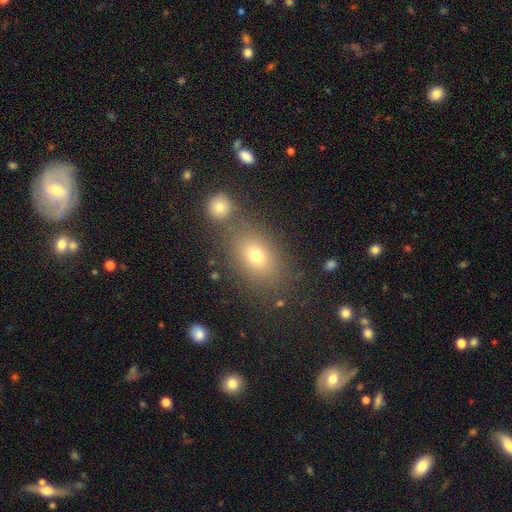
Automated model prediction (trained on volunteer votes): Smooth or featured? smooth (70%)
How rounded? in between (72%)
Merging? none (74%)